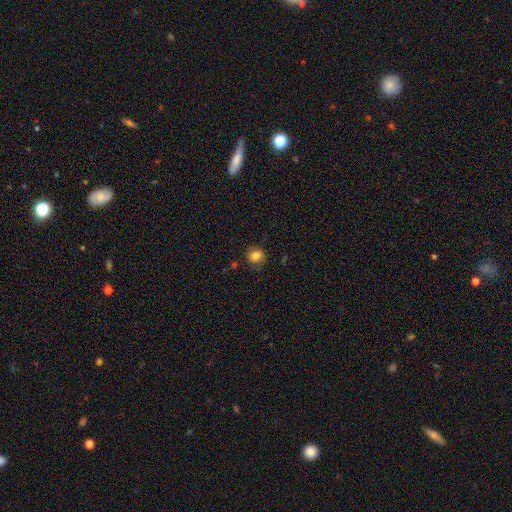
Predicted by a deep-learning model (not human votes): smooth_or_featured: smooth (p=0.82) [alt: star or artifact p=0.11]
how_rounded: round (p=0.78) [alt: in between p=0.21]
merging: none (p=0.82) [alt: minor disturbance p=0.13]